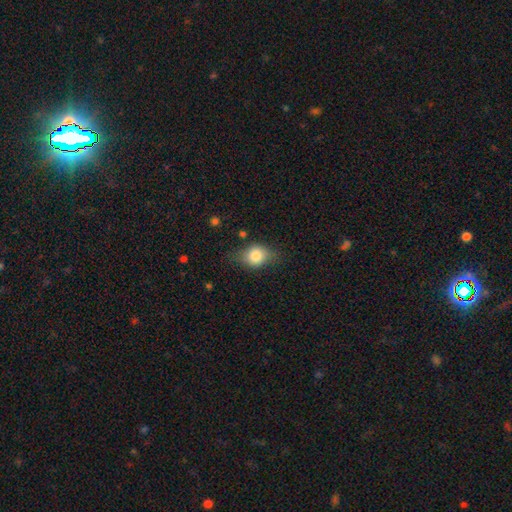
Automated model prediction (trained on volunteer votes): smooth-or-featured: smooth: 77% | featured or disk: 14% | star or artifact: 9%
  how-rounded: round: 50% | in between: 48% | cigar-shaped: 2%
  merging: none: 62% | minor disturbance: 26% | major disturbance: 9% | merger: 2%